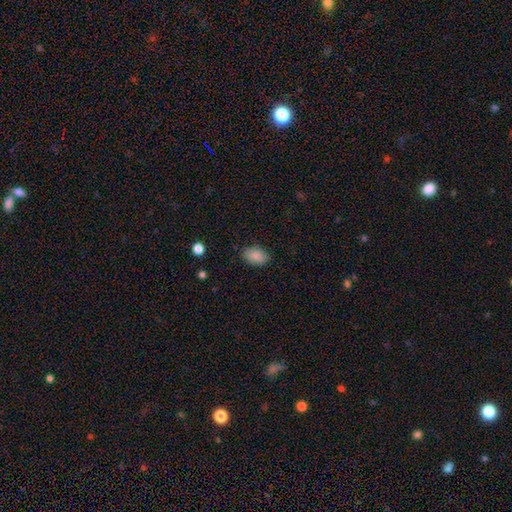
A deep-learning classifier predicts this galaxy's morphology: smooth-or-featured: smooth: 87% | star or artifact: 8% | featured or disk: 5%
  how-rounded: in between: 86% | round: 13% | cigar-shaped: 1%
  merging: none: 82% | minor disturbance: 14% | major disturbance: 3% | merger: 1%